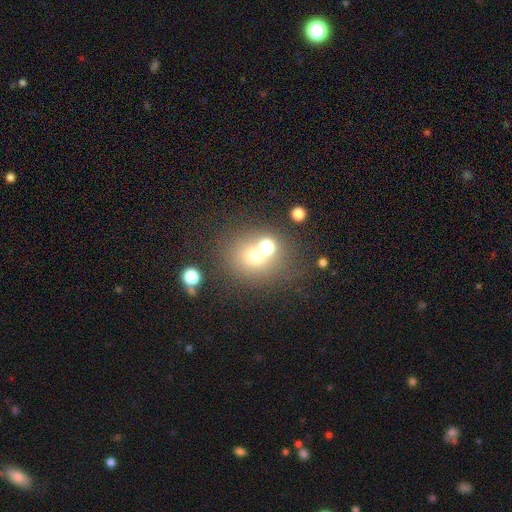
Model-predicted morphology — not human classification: Smooth or featured?
  - smooth: 62% *
  - star or artifact: 21%
  - featured or disk: 17%
How rounded?
  - round: 81% *
  - in between: 18%
  - cigar-shaped: 1%
Merging?
  - none: 54% *
  - merger: 32%
  - minor disturbance: 9%
  - major disturbance: 5%